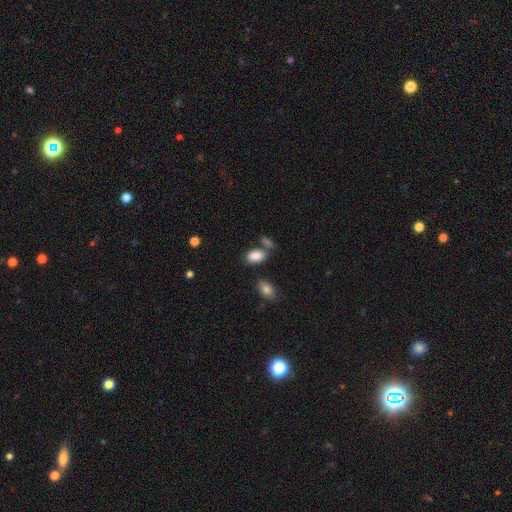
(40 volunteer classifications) Smooth or featured: smooth — 82% (featured or disk — 10%)
How rounded: in between — 85% (round — 15%)
Merging: none — 59% (merger — 30%)